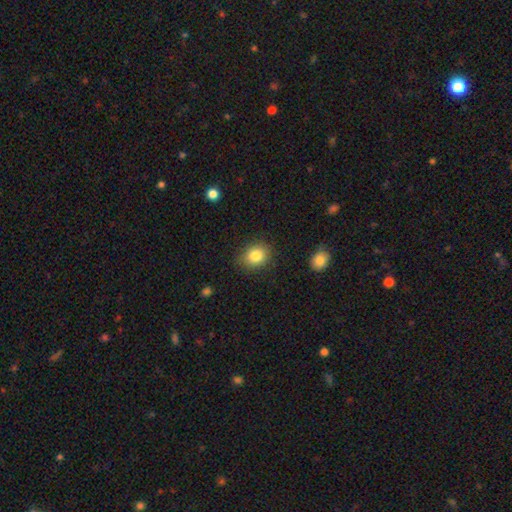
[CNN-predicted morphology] Q: Smooth or featured?
A: smooth (84%); runner-up: star or artifact (9%)
Q: How rounded?
A: round (61%); runner-up: in between (38%)
Q: Merging?
A: none (85%); runner-up: minor disturbance (11%)